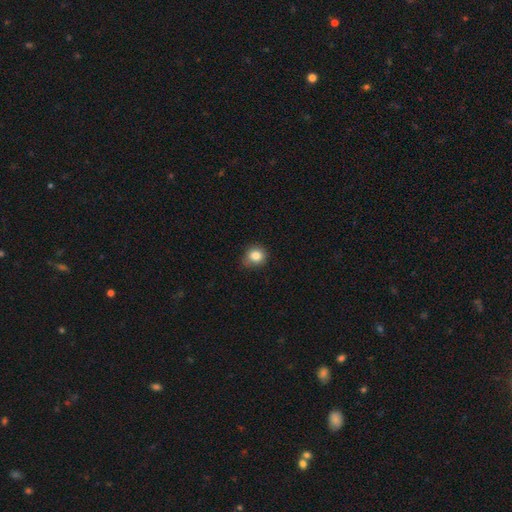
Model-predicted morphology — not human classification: smooth_or_featured: smooth (p=0.84) [alt: star or artifact p=0.11]
how_rounded: round (p=0.82) [alt: in between p=0.17]
merging: none (p=0.73) [alt: minor disturbance p=0.22]